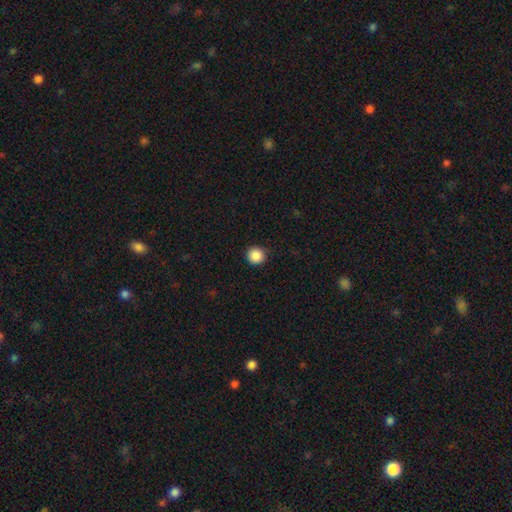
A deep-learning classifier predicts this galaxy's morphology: smooth-or-featured: smooth: 88% | star or artifact: 9% | featured or disk: 3%
  how-rounded: round: 95% | in between: 4% | cigar-shaped: 1%
  merging: none: 90% | minor disturbance: 8% | major disturbance: 2% | merger: 1%